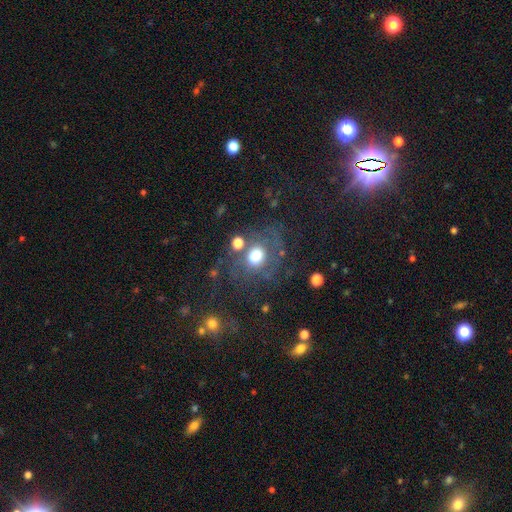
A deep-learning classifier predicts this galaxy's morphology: Smooth or featured? Predicted: smooth (p=0.50). Merging? Predicted: none (p=0.58).